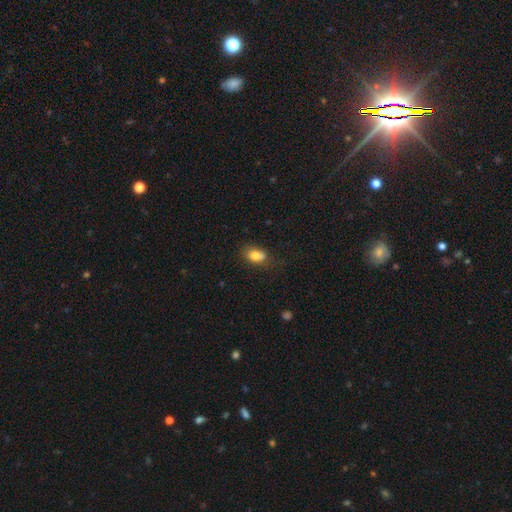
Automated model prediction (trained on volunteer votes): The model was most divided on "merging": none: 52%, minor disturbance: 23%, merger: 18%, major disturbance: 7%. More confident: how rounded — in between (79%); smooth or featured — smooth (77%).